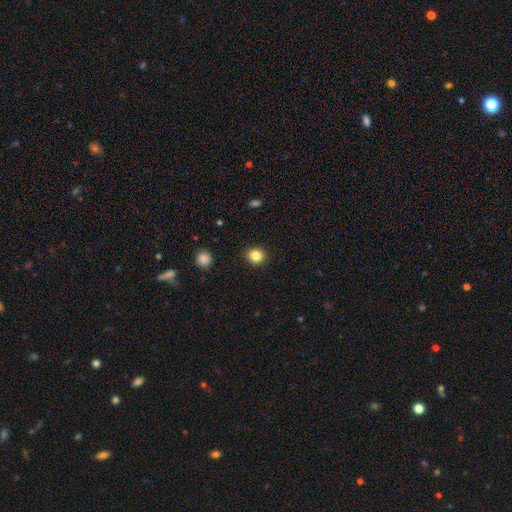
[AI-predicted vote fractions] Q: Smooth or featured?
A: smooth (84%); runner-up: star or artifact (11%)
Q: How rounded?
A: round (79%); runner-up: in between (21%)
Q: Merging?
A: none (90%); runner-up: minor disturbance (6%)